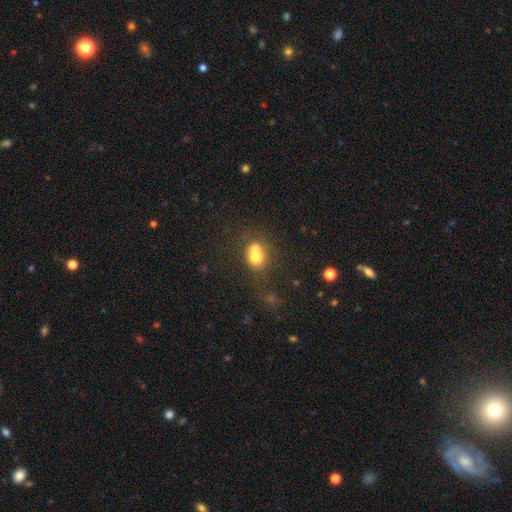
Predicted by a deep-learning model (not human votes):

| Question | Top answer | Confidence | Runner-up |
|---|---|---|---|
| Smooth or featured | smooth | 72% | featured or disk (16%) |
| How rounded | in between | 64% | round (33%) |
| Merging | none | 39% | merger (29%) |